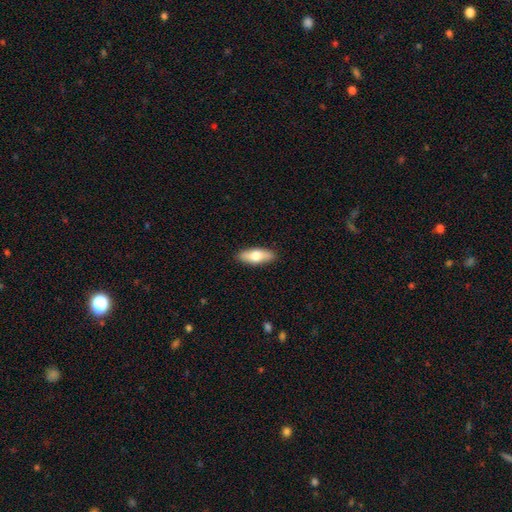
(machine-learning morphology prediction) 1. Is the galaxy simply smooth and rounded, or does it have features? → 72% smooth, 22% featured or disk, 6% star or artifact.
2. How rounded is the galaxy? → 71% in between, 26% cigar-shaped, 3% round.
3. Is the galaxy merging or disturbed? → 89% none, 8% minor disturbance, 2% major disturbance, 1% merger.